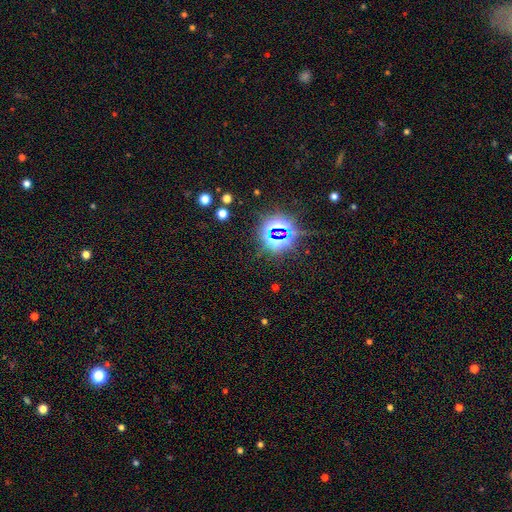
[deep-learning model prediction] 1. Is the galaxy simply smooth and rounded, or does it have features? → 84% star or artifact, 9% smooth, 7% featured or disk.